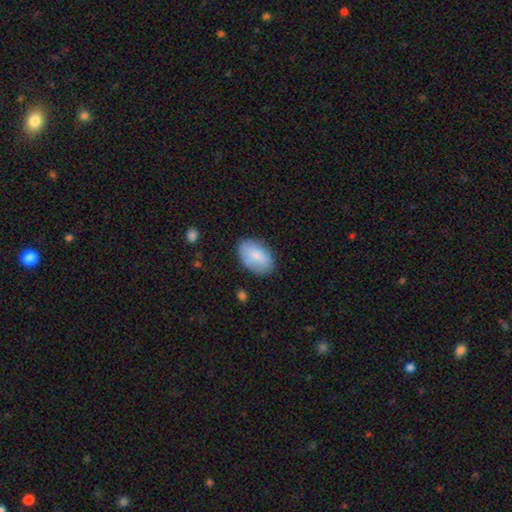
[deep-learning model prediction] The model was most divided on "merging": none: 79%, minor disturbance: 15%, major disturbance: 4%, merger: 2%. More confident: how rounded — in between (90%); smooth or featured — smooth (82%).